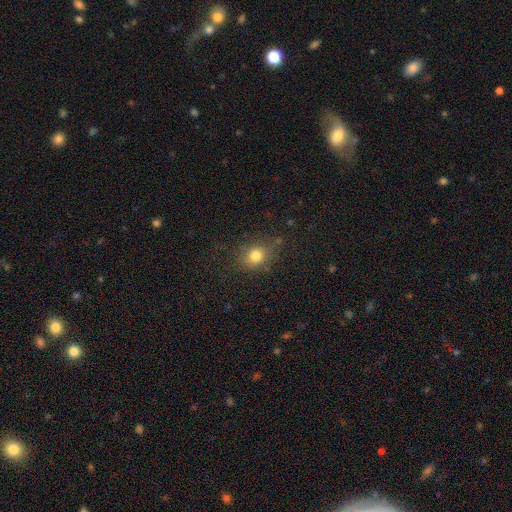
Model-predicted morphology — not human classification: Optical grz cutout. It shows a smooth galaxy with no disk features (78%) that is round (65%). Merging: none (73%).